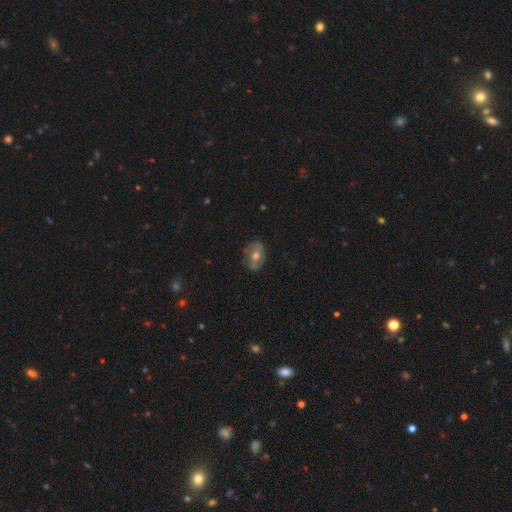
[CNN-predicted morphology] Overall: featured or disk (50%; smooth 39%). Edge-on disk: no (91%). Merging: none (78%).